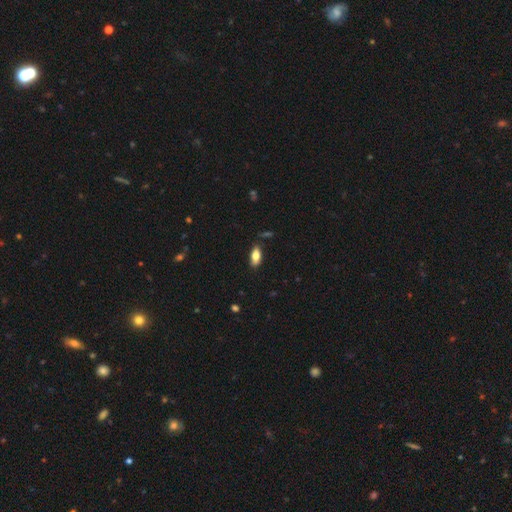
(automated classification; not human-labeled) This is likely a smooth galaxy (76%). How rounded: clearly in between (85%). Merging: clearly none (83%).